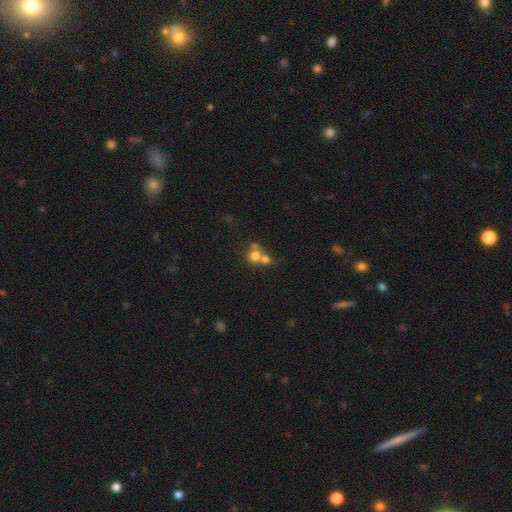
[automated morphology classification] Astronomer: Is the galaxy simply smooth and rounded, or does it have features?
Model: smooth — 69%.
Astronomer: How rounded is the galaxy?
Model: round — 81%.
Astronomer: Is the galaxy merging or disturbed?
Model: merger — 59%.